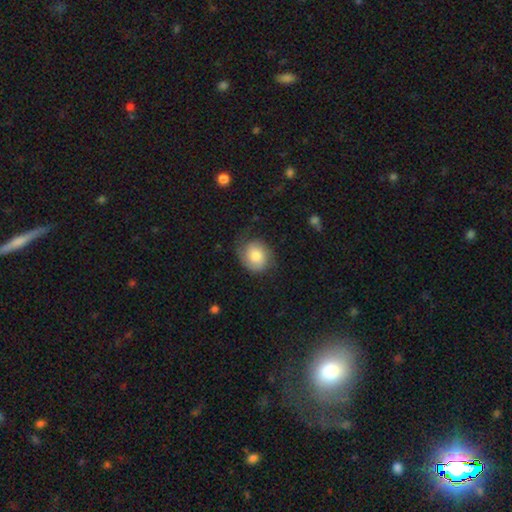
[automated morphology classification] This appears to be a smooth galaxy with no disk features (60%) that is round (70%). Merging: none (62%).